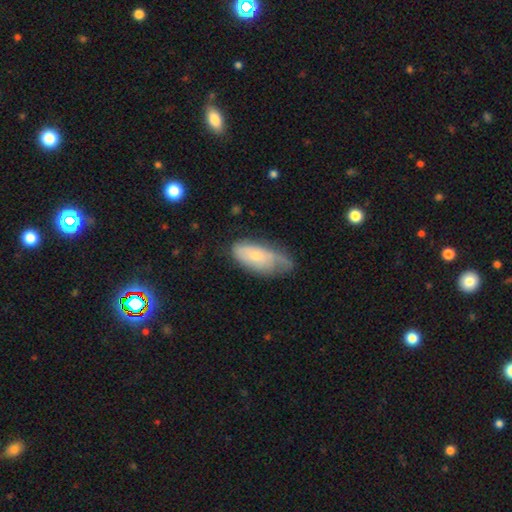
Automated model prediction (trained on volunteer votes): Q: Smooth or featured?
A: smooth (53%); runner-up: featured or disk (40%)
Q: How rounded?
A: in between (88%); runner-up: cigar-shaped (10%)
Q: Merging?
A: none (39%); runner-up: minor disturbance (37%)